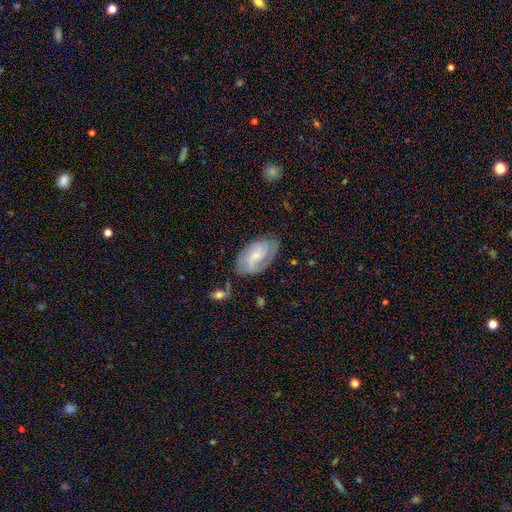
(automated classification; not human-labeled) featured or disk 64%, smooth 30%, star or artifact 7%. Down the decision tree: edge-on disk — no (95%); bar — no (48%); spiral arms — yes (89%); spiral arm count — 2 (43%); spiral winding — tight (48%); bulge size — small (66%); merging — none (70%).